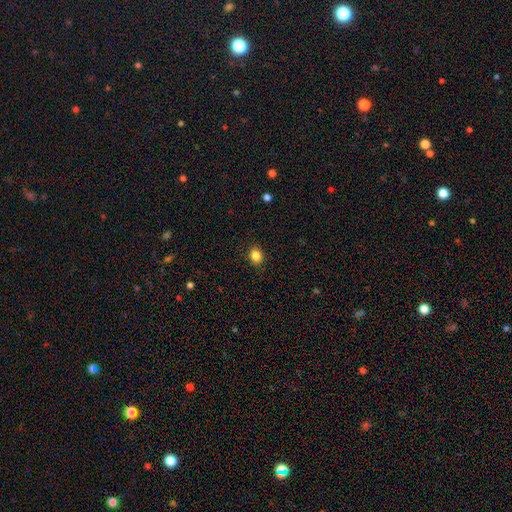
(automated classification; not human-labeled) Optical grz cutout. It shows a smooth galaxy with no disk features (85%) that is round (60%). Merging: none (90%).